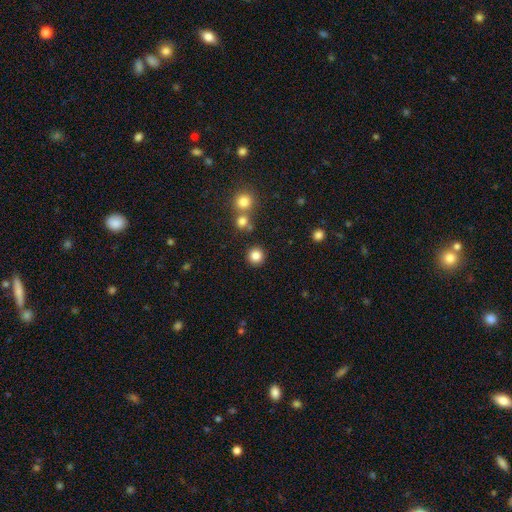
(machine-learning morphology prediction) Overall: smooth (83%). How rounded: round (94%). Merging: none (88%).